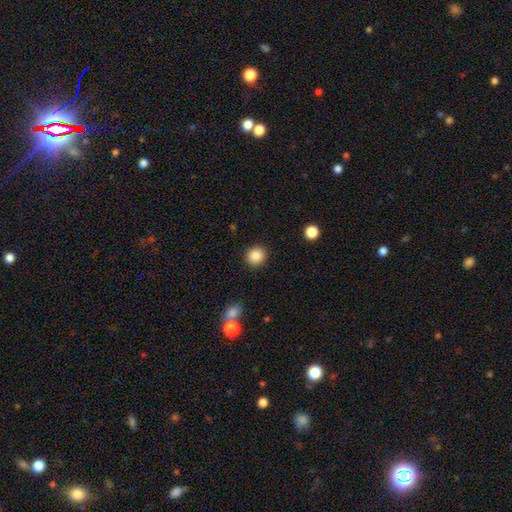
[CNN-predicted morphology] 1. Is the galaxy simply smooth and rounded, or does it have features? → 87% smooth, 9% star or artifact, 3% featured or disk.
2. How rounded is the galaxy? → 89% round, 10% in between, 1% cigar-shaped.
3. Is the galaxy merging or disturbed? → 90% none, 6% minor disturbance, 2% major disturbance, 2% merger.